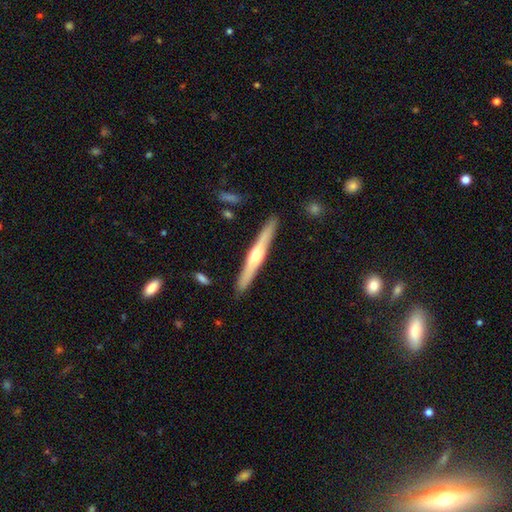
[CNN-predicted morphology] smooth-or-featured: featured or disk: 68% | smooth: 26% | star or artifact: 6%
  disk-edge-on: yes: 97% | no: 3%
    edge-on-bulge: rounded: 87% | none: 9% | boxy: 4%
  merging: none: 90% | minor disturbance: 7% | major disturbance: 1% | merger: 1%